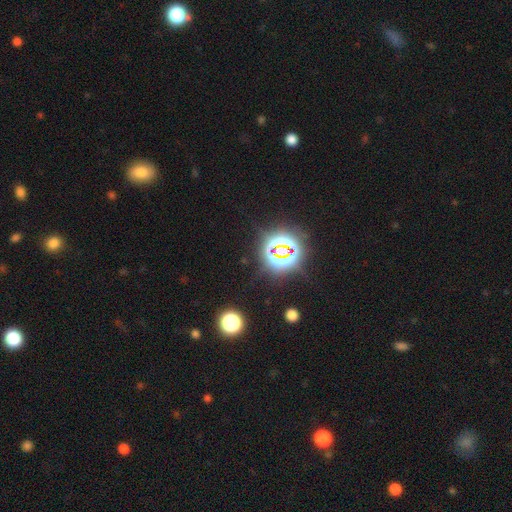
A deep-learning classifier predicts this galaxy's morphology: Q: Smooth or featured?
A: star or artifact (80%); runner-up: smooth (15%)